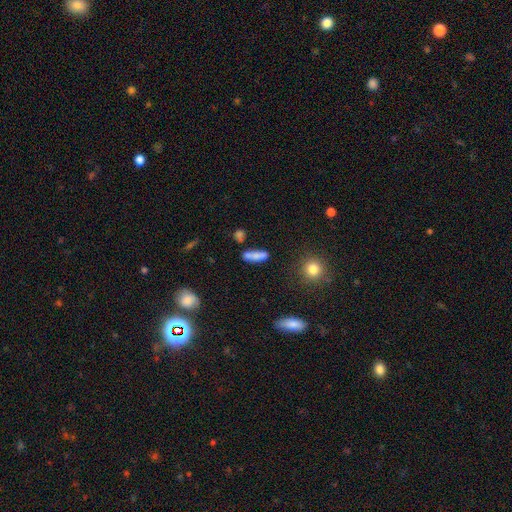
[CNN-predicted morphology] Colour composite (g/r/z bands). It shows a smooth galaxy with no disk features (73%) that is cigar-shaped (49%). Merging: none (53%).